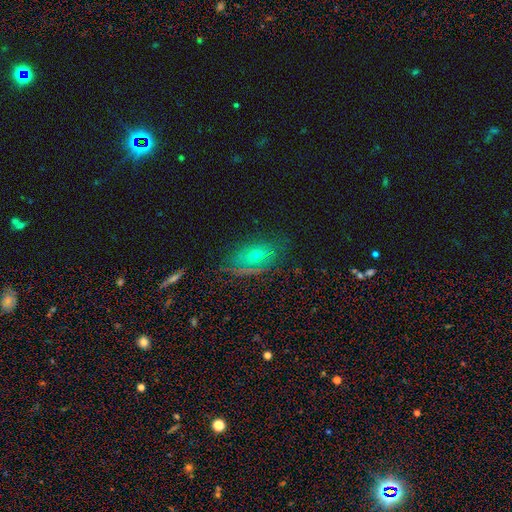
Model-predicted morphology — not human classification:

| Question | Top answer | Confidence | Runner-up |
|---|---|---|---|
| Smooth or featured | featured or disk | 47% | smooth (35%) |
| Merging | none | 64% | minor disturbance (22%) |